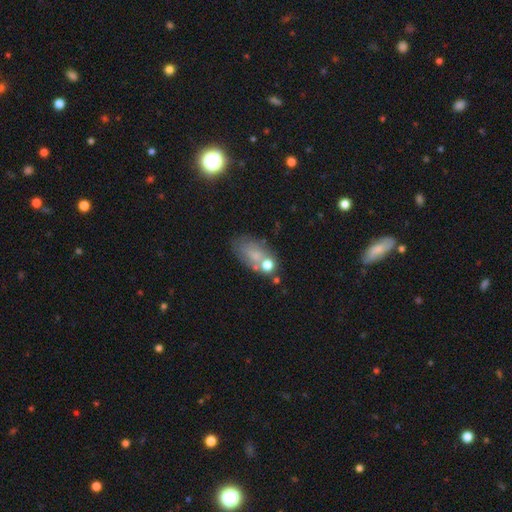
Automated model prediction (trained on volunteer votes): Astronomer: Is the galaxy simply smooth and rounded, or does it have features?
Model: smooth — 58%.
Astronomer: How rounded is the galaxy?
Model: in between — 85%.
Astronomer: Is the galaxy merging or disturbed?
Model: none — 49%.